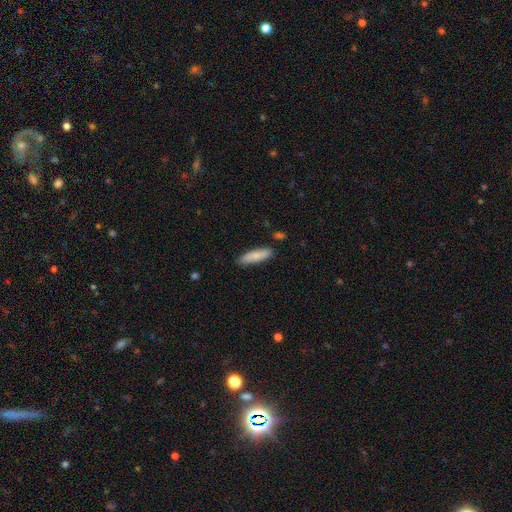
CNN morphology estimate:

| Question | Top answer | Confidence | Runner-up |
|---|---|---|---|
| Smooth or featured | smooth | 78% | featured or disk (17%) |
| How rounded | cigar-shaped | 60% | in between (38%) |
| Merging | none | 84% | minor disturbance (11%) |